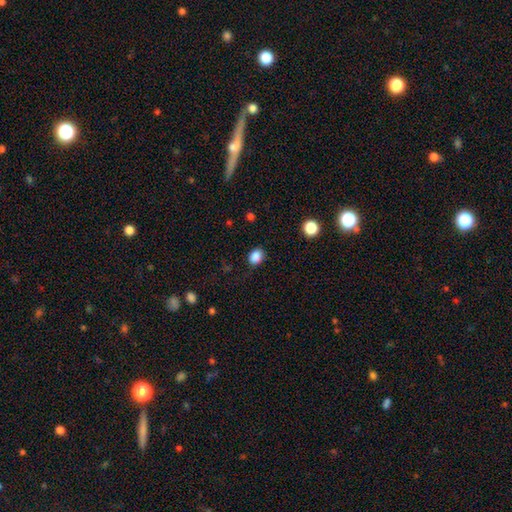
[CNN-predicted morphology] This appears to be a smooth galaxy with no disk features (87%) that is in between round and cigar-shaped (53%). Merging: none (81%).